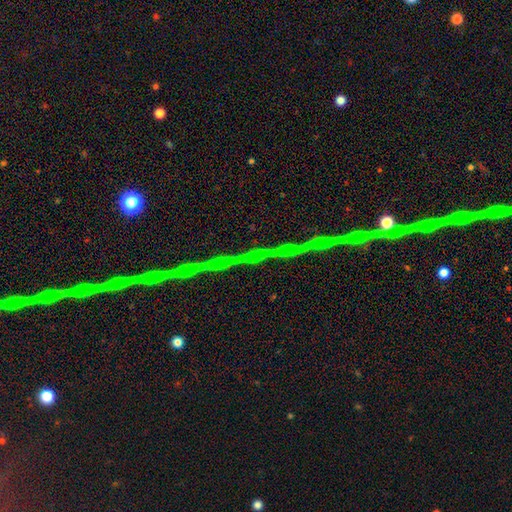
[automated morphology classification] A star or artifact, not a galaxy (73%).